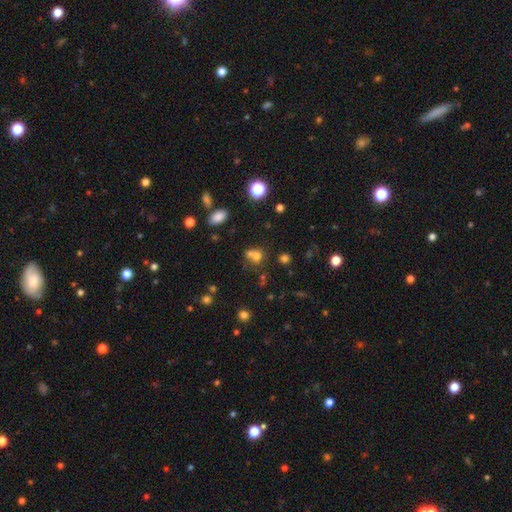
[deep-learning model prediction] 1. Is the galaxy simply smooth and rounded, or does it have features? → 67% smooth, 19% star or artifact, 14% featured or disk.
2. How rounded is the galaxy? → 70% round, 29% in between, 1% cigar-shaped.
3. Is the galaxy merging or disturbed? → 51% merger, 35% none, 9% minor disturbance, 5% major disturbance.